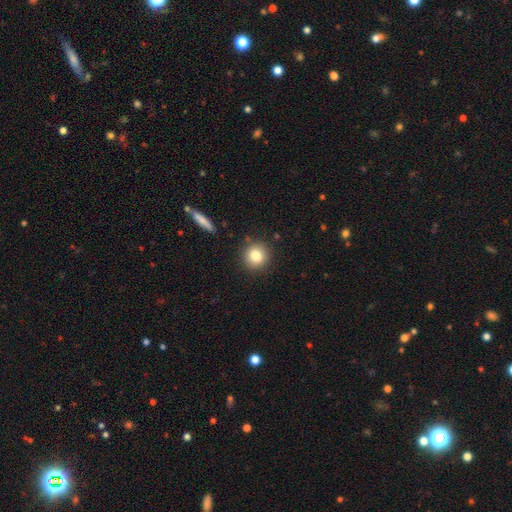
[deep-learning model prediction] Smooth or featured? Predicted: smooth (p=0.81). How rounded? Predicted: round (p=0.90). Merging? Predicted: none (p=0.88).